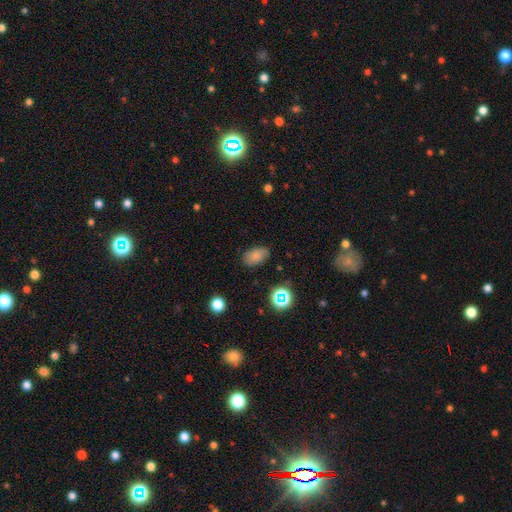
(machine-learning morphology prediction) Smooth or featured? Predicted: smooth (p=0.75). How rounded? Predicted: in between (p=0.88). Merging? Predicted: none (p=0.77).